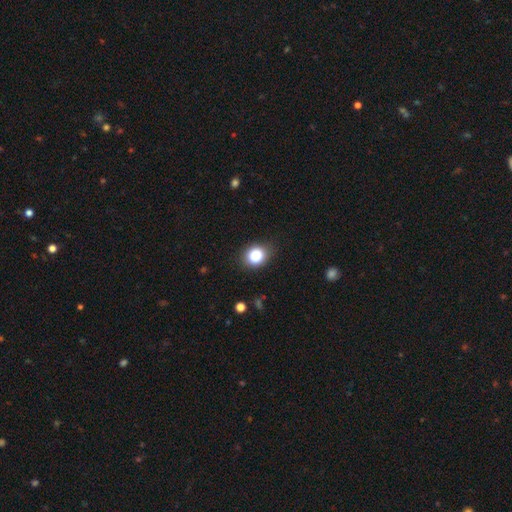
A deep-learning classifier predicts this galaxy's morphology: type=smooth (85%); roundness=round (66%); merging=none (81%).